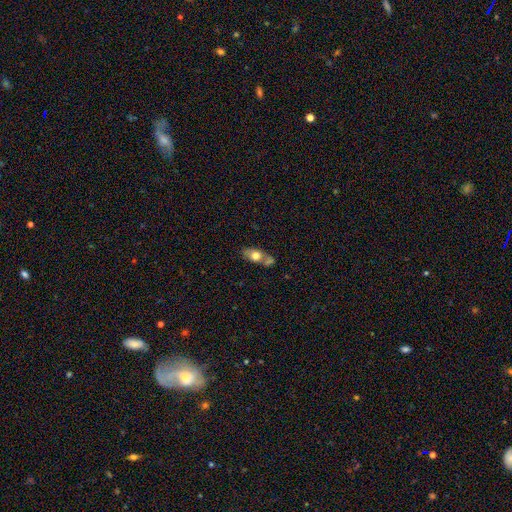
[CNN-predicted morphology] smooth 61%, featured or disk 32%, star or artifact 7%. Down the decision tree: how rounded — in between (77%); merging — none (48%).